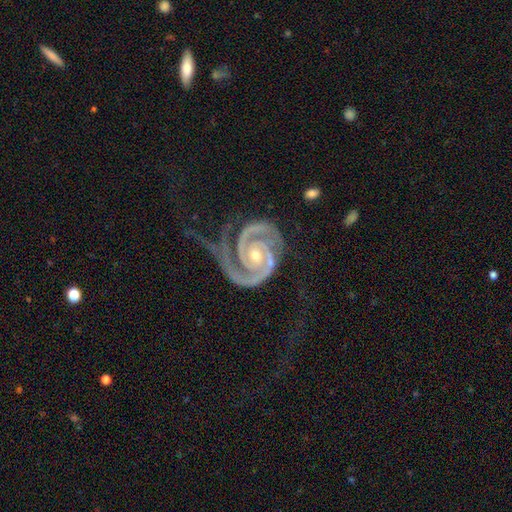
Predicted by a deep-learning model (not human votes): Smooth or featured?
  - featured or disk: 94% *
  - star or artifact: 4%
  - smooth: 2%
Edge-on disk?
  - no: 98% *
  - yes: 2%
Bar?
  - no: 66% *
  - weak: 22%
  - strong: 12%
Spiral arms?
  - yes: 99% *
  - no: 1%
Spiral winding?
  - tight: 73% *
  - medium: 23%
  - loose: 4%
Spiral arm count?
  - 2: 85% *
  - 3: 6%
  - can't tell: 3%
  - 1: 2%
  - 4: 2%
  - more than 4: 2%
Bulge size?
  - small: 58% *
  - moderate: 39%
  - large: 1%
  - none: 1%
  - dominant: 1%
Merging?
  - none: 50% *
  - minor disturbance: 24%
  - major disturbance: 23%
  - merger: 3%